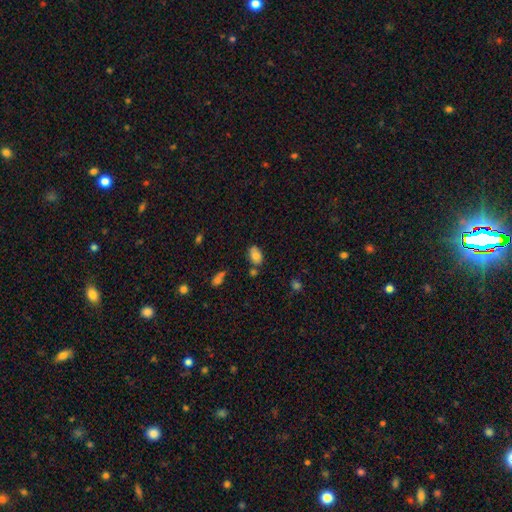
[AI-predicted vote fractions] A smooth galaxy with no disk features (75%) that is in between round and cigar-shaped (85%).

Vote fractions:
- Smooth or featured? smooth: 75% / featured or disk: 16% / star or artifact: 9%
- How rounded? in between: 85% / round: 13% / cigar-shaped: 1%
- Merging? none: 67% / minor disturbance: 20% / merger: 9% / major disturbance: 4%